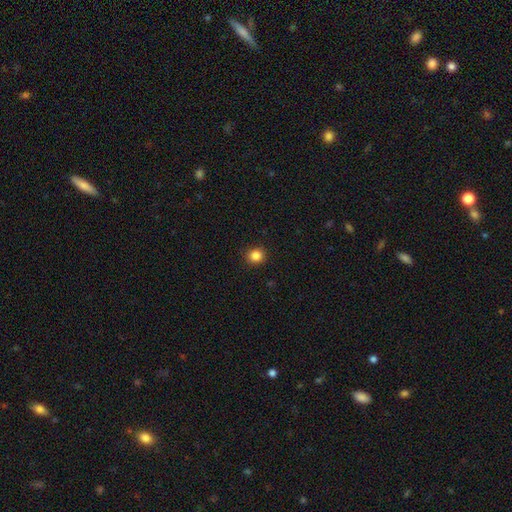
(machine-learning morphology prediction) Smooth or featured?
  - smooth: 86% *
  - star or artifact: 11%
  - featured or disk: 4%
How rounded?
  - round: 89% *
  - in between: 10%
  - cigar-shaped: 1%
Merging?
  - none: 92% *
  - minor disturbance: 5%
  - major disturbance: 2%
  - merger: 1%